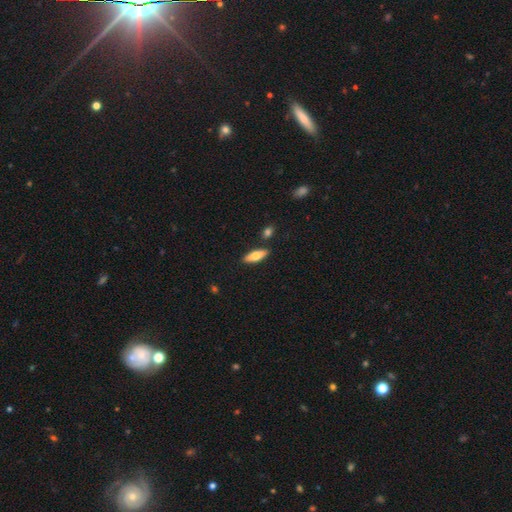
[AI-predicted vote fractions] This is possibly a smooth galaxy (59%). How rounded: possibly in between (53%). Merging: clearly none (84%).